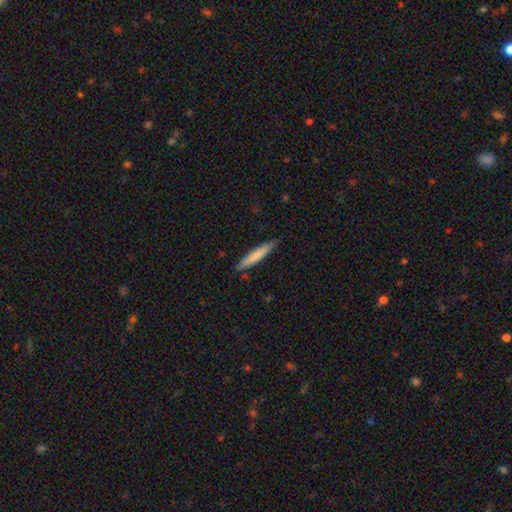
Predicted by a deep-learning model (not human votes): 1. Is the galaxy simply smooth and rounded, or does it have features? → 72% smooth, 22% featured or disk, 5% star or artifact.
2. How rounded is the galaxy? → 94% cigar-shaped, 5% in between, 1% round.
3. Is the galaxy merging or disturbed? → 87% none, 10% minor disturbance, 2% major disturbance, 1% merger.